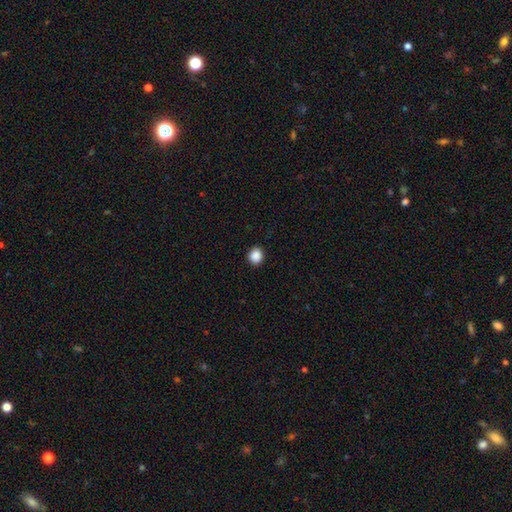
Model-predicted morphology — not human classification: smooth-or-featured: smooth: 88% | star or artifact: 9% | featured or disk: 2%
  how-rounded: round: 84% | in between: 15% | cigar-shaped: 1%
  merging: none: 91% | minor disturbance: 6% | major disturbance: 2% | merger: 1%